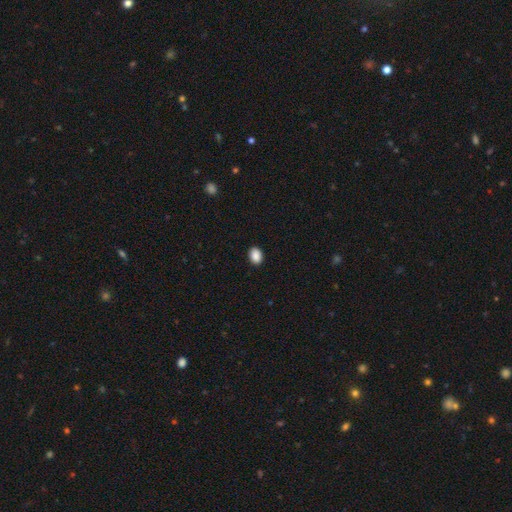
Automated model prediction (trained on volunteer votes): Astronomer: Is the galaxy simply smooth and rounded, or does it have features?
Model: smooth — 89%.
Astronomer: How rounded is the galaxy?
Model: in between — 73%.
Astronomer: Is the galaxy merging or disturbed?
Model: none — 90%.